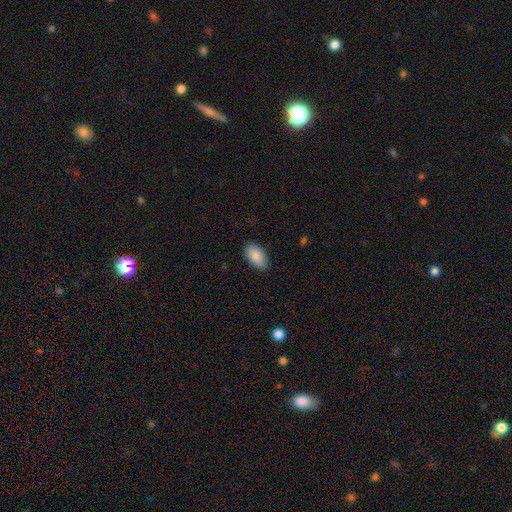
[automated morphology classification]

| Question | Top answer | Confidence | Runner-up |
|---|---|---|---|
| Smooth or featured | smooth | 89% | star or artifact (6%) |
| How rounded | in between | 95% | round (3%) |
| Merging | none | 86% | minor disturbance (11%) |